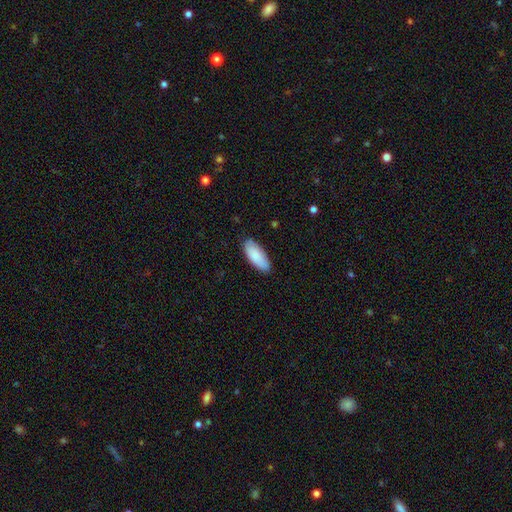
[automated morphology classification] A smooth galaxy with no disk features (88%) that is in between round and cigar-shaped (83%).

Vote fractions:
- Smooth or featured? smooth: 88% / featured or disk: 7% / star or artifact: 5%
- How rounded? in between: 83% / cigar-shaped: 15% / round: 1%
- Merging? none: 84% / minor disturbance: 13% / major disturbance: 2% / merger: 1%